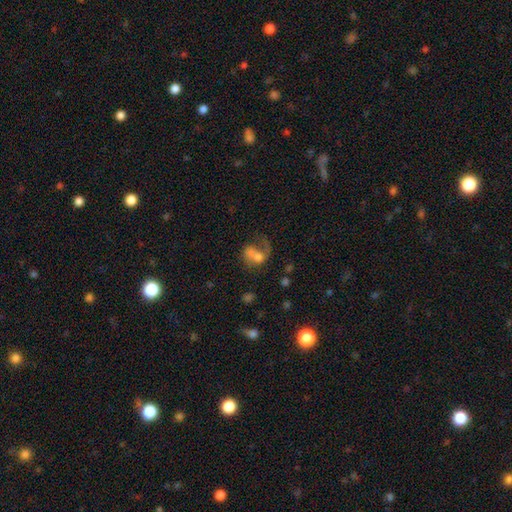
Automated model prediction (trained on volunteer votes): A smooth galaxy with no disk features (49%). Merging: major disturbance (36%).